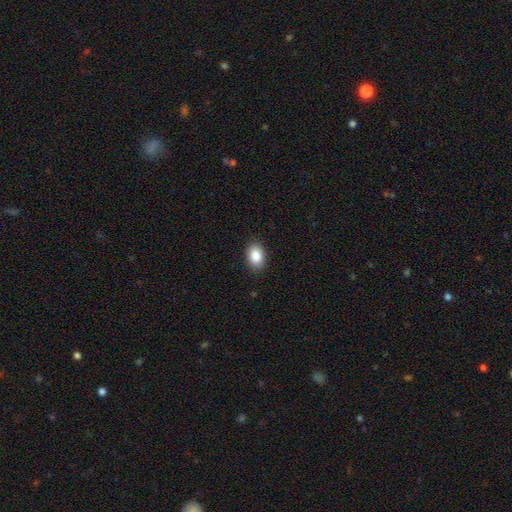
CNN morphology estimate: type=smooth (88%); roundness=in between (86%); merging=none (87%).